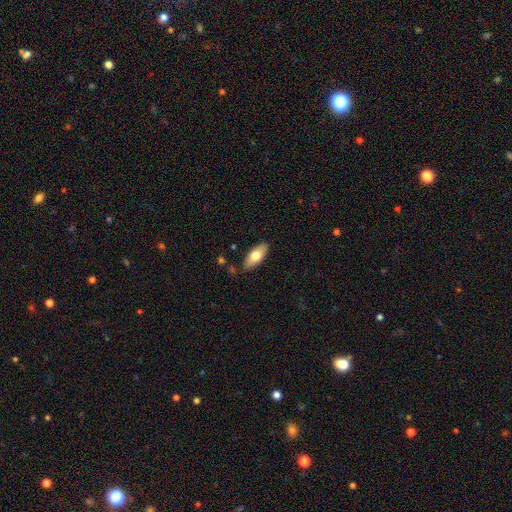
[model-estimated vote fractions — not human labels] Smooth or featured?
  - smooth: 69% *
  - featured or disk: 25%
  - star or artifact: 6%
How rounded?
  - in between: 85% *
  - cigar-shaped: 13%
  - round: 3%
Merging?
  - none: 84% *
  - minor disturbance: 12%
  - major disturbance: 2%
  - merger: 2%